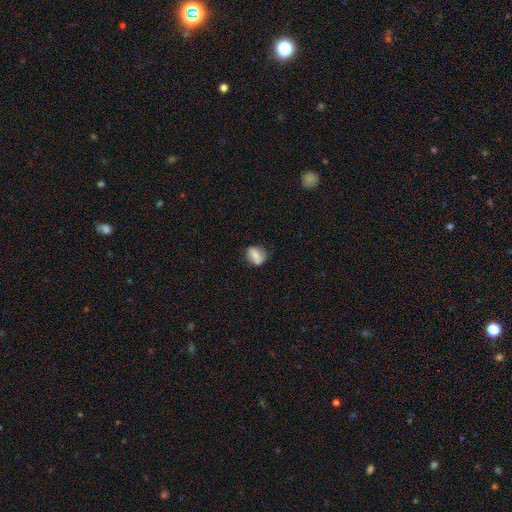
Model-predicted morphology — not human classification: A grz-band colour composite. It shows a smooth galaxy with no disk features (62%) that is round (52%). Merging: none (65%).